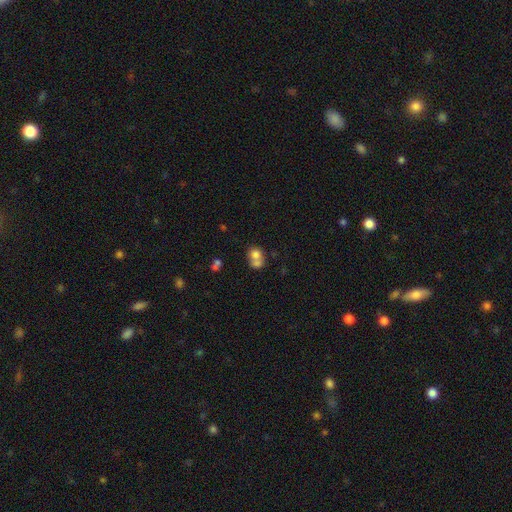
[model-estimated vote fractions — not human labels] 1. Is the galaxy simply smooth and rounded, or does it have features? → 72% smooth, 17% featured or disk, 10% star or artifact.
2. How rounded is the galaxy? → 68% round, 31% in between, 1% cigar-shaped.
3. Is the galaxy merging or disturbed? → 61% merger, 28% none, 7% minor disturbance, 4% major disturbance.